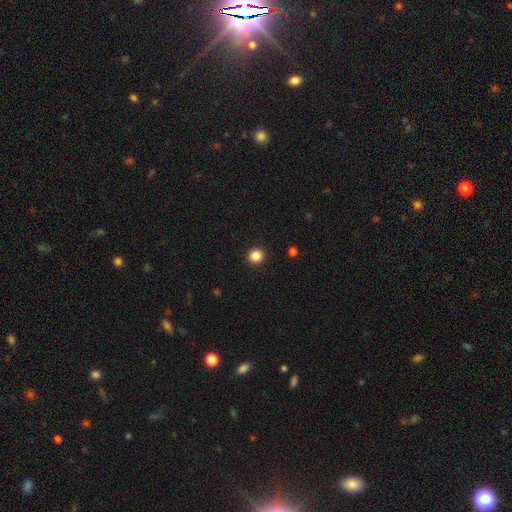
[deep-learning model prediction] Smooth or featured? Predicted: smooth (p=0.86). How rounded? Predicted: round (p=0.92). Merging? Predicted: none (p=0.92).